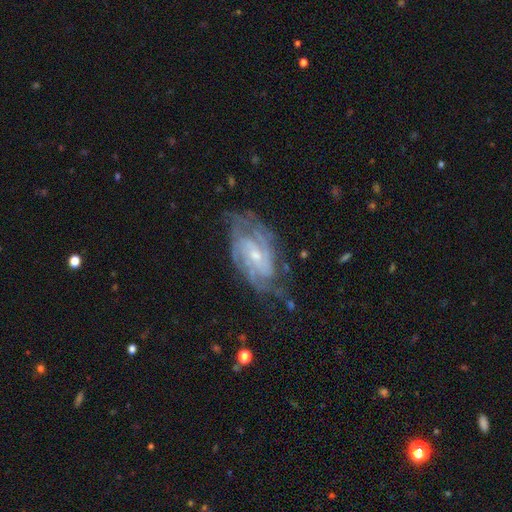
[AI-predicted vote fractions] smooth_or_featured: featured or disk (p=0.87) [alt: smooth p=0.07]
disk_edge_on: no (p=0.96) [alt: yes p=0.04]
bar: no (p=0.47) [alt: weak p=0.43]
has_spiral_arms: yes (p=0.96) [alt: no p=0.04]
spiral_winding: tight (p=0.58) [alt: medium p=0.35]
spiral_arm_count: 2 (p=0.31) [alt: can't tell p=0.28]
bulge_size: small (p=0.58) [alt: moderate p=0.36]
merging: none (p=0.64) [alt: minor disturbance p=0.23]